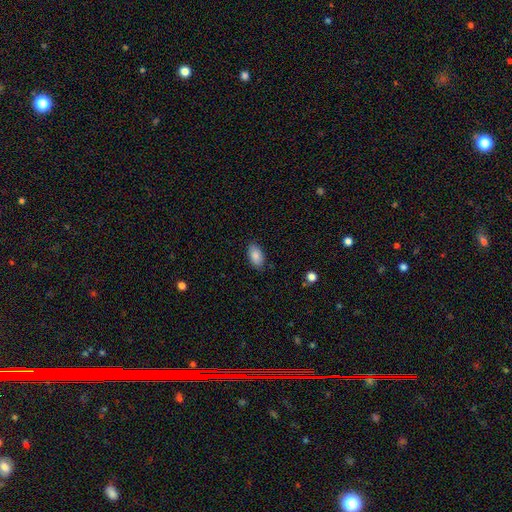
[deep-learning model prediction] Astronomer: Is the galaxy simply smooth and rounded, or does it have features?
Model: smooth — 87%.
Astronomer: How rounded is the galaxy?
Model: in between — 94%.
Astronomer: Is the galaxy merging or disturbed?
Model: none — 86%.